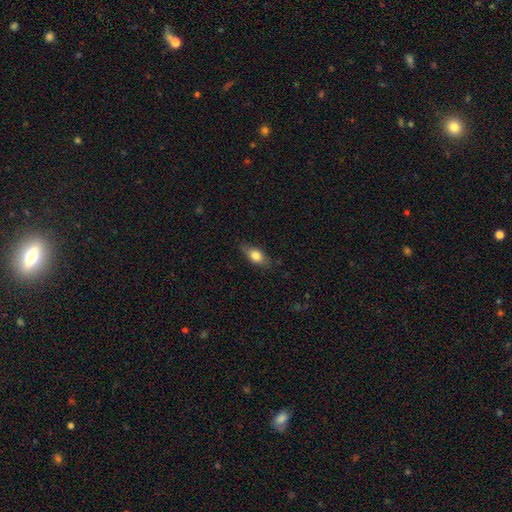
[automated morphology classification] smooth 75%, featured or disk 18%, star or artifact 7%. Down the decision tree: how rounded — in between (82%); merging — none (76%).